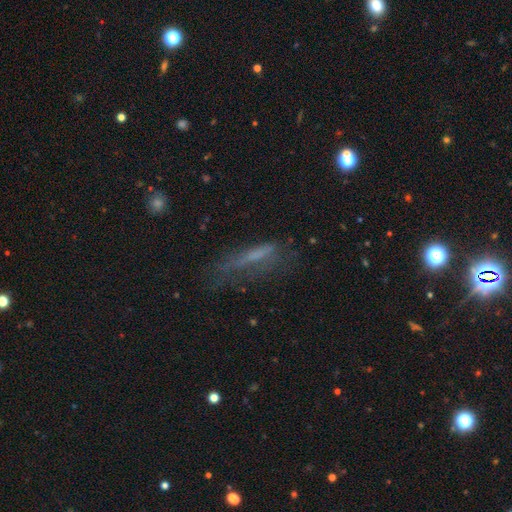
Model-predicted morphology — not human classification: A smooth galaxy with no disk features (46%). Merging: none (49%).